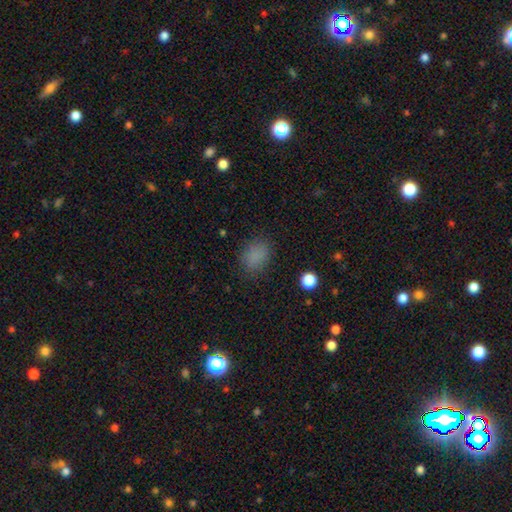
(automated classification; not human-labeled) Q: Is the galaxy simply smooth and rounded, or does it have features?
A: smooth — 82%.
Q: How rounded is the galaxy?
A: in between — 63%.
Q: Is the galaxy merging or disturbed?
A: none — 81%.